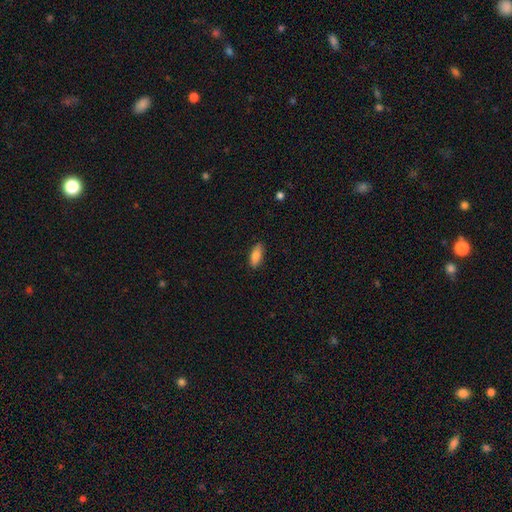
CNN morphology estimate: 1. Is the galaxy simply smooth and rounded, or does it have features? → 84% smooth, 9% featured or disk, 7% star or artifact.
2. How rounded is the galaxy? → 81% in between, 17% cigar-shaped, 2% round.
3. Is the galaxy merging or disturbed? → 86% none, 10% minor disturbance, 2% major disturbance, 1% merger.